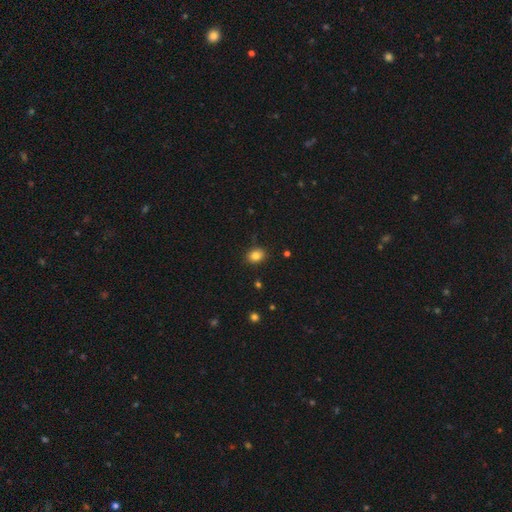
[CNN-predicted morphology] A smooth galaxy with no disk features (84%) that is in between round and cigar-shaped (53%).

Vote fractions:
- Smooth or featured? smooth: 84% / star or artifact: 11% / featured or disk: 6%
- How rounded? in between: 53% / round: 46% / cigar-shaped: 1%
- Merging? none: 86% / minor disturbance: 10% / major disturbance: 2% / merger: 1%